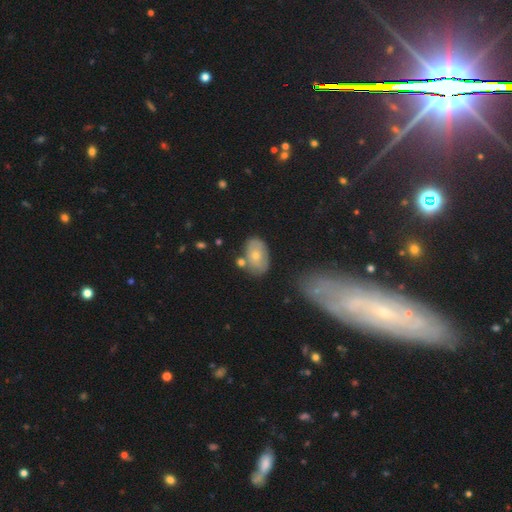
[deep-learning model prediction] smooth 63%, featured or disk 30%, star or artifact 7%. Down the decision tree: how rounded — in between (87%); merging — none (64%).